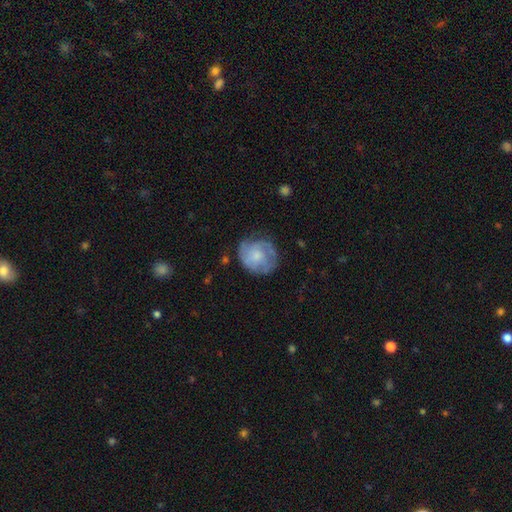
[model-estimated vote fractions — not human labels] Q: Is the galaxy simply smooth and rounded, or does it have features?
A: featured or disk — 55%.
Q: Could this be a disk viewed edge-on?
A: no — 98%.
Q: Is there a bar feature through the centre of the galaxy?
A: no — 74%.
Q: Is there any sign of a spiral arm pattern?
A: yes — 79%.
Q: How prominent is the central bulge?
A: small — 38%.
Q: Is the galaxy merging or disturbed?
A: none — 65%.